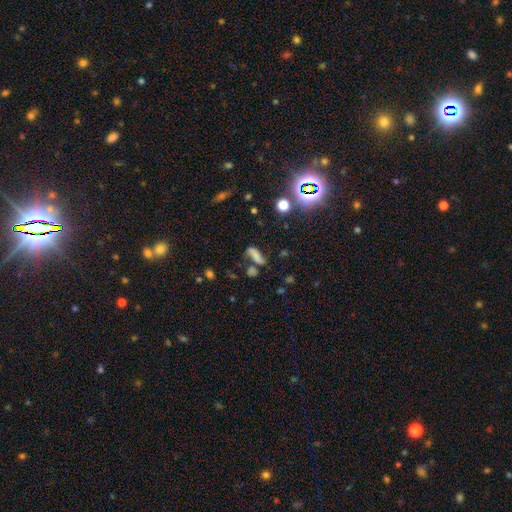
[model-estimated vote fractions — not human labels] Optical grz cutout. It shows a smooth galaxy with no disk features (55%) that is in between round and cigar-shaped (56%). Merging: none (40%).